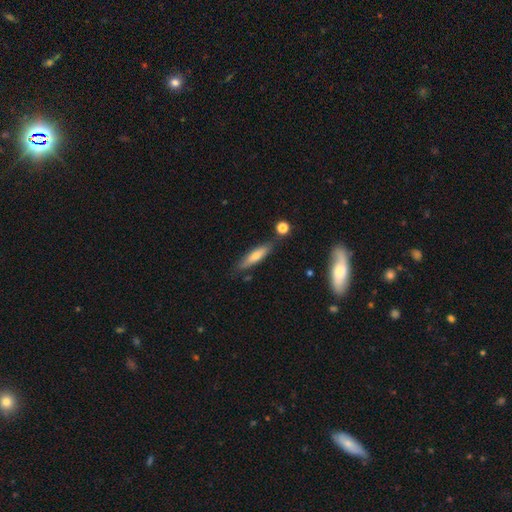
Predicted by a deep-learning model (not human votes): This appears to be a smooth galaxy with no disk features (57%) that is cigar-shaped (78%). Merging: none (76%).